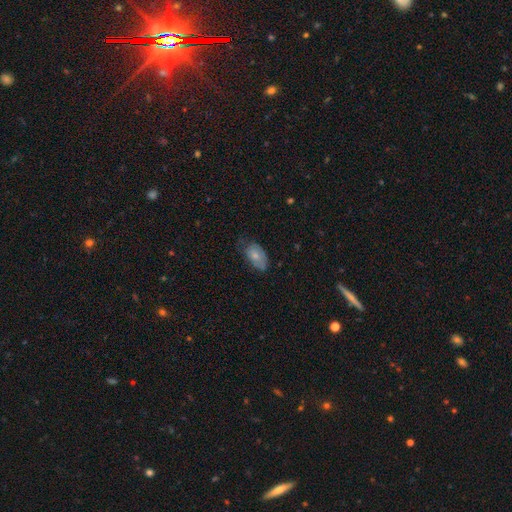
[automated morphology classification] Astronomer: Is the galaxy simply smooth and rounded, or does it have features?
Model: smooth — 72%.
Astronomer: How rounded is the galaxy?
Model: in between — 92%.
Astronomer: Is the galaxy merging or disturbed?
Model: none — 46% (runner-up: minor disturbance, 38%).